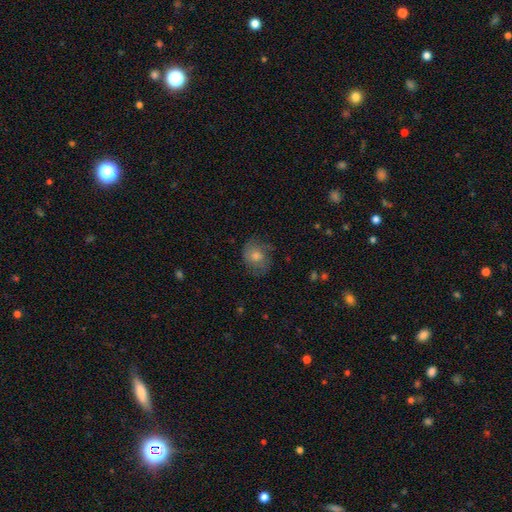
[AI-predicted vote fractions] This appears to be a smooth galaxy with no disk features (53%) that is round (65%). Merging: none (73%).